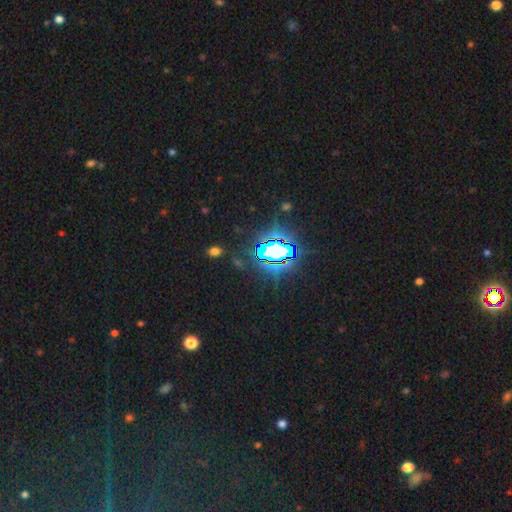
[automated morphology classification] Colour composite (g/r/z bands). It shows a star or artifact, not a galaxy (84%).